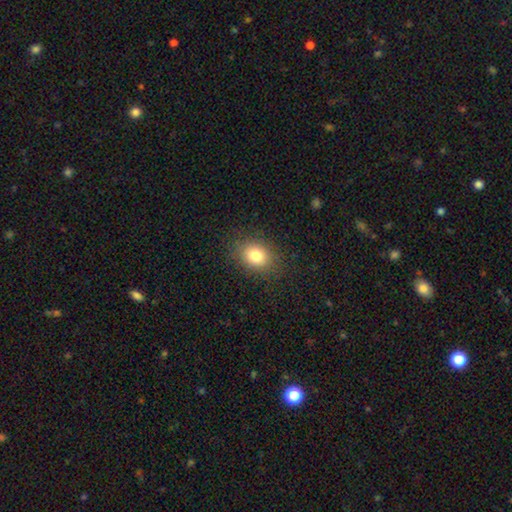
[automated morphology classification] A smooth galaxy with no disk features (80%) that is in between round and cigar-shaped (57%). Merging: none (86%).